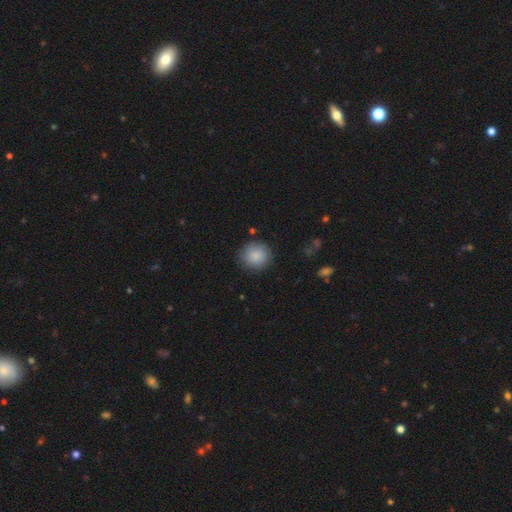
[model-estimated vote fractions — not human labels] Morphology: type=smooth (87%); roundness=round (90%); merging=none (85%).